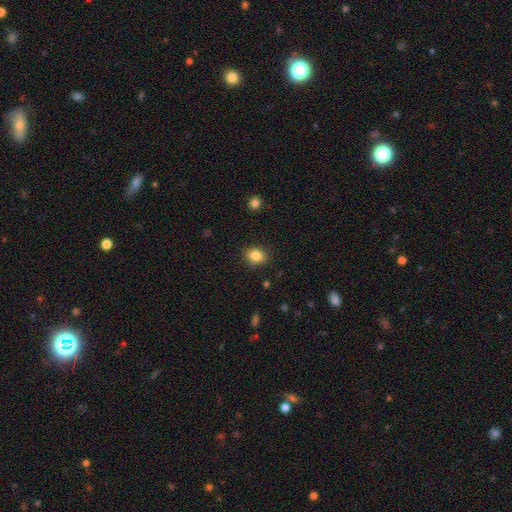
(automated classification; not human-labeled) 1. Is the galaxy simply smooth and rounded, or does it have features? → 85% smooth, 10% star or artifact, 6% featured or disk.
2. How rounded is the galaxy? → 50% in between, 49% round, 1% cigar-shaped.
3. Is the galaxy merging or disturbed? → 87% none, 9% minor disturbance, 2% major disturbance, 1% merger.